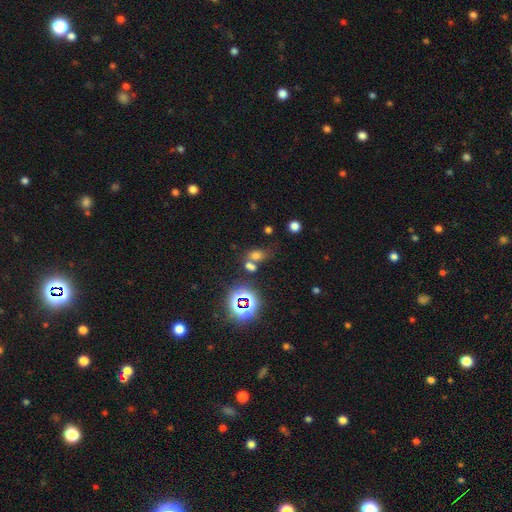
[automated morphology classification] Overall: smooth (59%; star or artifact 30%). How rounded: in between (72%). Merging: none (48%; merger 34%).